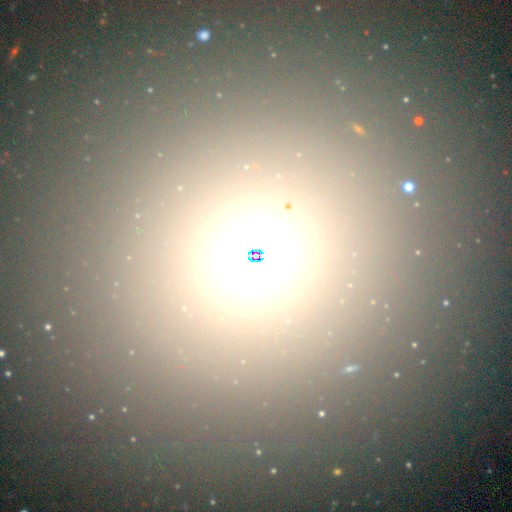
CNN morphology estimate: Q: Smooth or featured?
A: smooth (51%); runner-up: star or artifact (33%)
Q: How rounded?
A: round (66%); runner-up: in between (31%)
Q: Merging?
A: none (85%); runner-up: minor disturbance (7%)